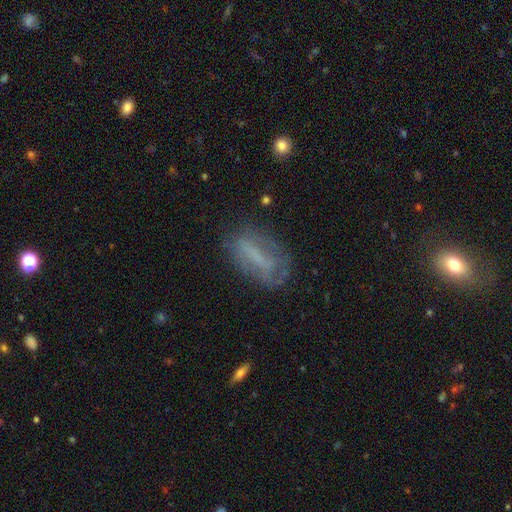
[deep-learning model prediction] A featured or disk galaxy (45%).

Vote fractions:
- Smooth or featured? featured or disk: 45% / smooth: 43% / star or artifact: 12%
- Merging? none: 59% / minor disturbance: 23% / major disturbance: 15% / merger: 3%